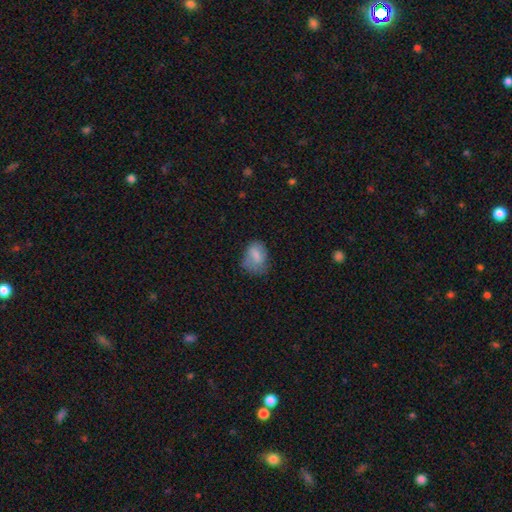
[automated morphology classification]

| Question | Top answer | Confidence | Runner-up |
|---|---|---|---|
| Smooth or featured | smooth | 73% | featured or disk (19%) |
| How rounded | in between | 73% | round (25%) |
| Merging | none | 44% | minor disturbance (34%) |